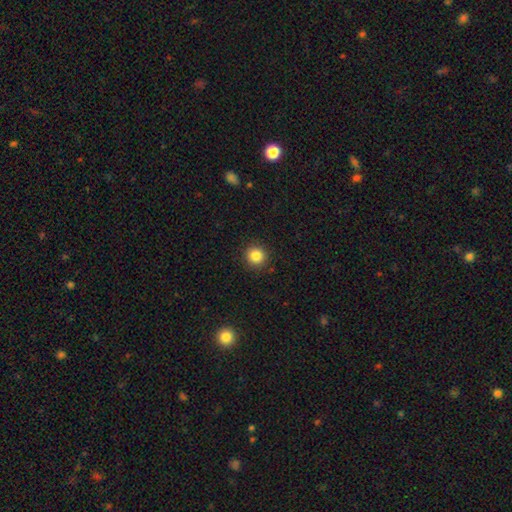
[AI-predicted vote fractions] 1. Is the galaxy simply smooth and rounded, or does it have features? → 85% smooth, 11% star or artifact, 5% featured or disk.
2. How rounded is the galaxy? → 93% round, 6% in between, 1% cigar-shaped.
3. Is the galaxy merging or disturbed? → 91% none, 6% minor disturbance, 2% major disturbance, 1% merger.